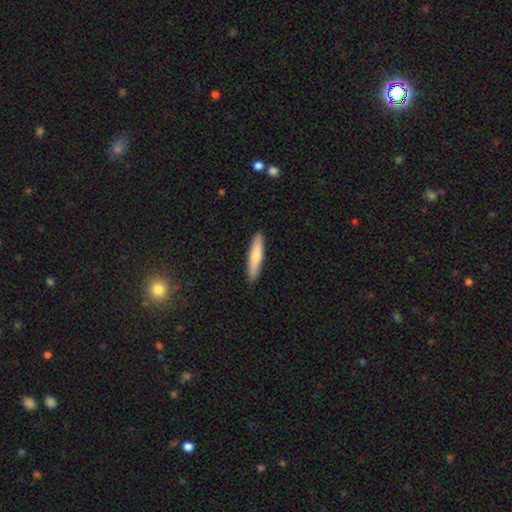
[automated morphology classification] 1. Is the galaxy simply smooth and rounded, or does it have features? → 72% smooth, 23% featured or disk, 5% star or artifact.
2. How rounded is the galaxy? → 85% cigar-shaped, 14% in between, 1% round.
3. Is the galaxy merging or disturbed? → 90% none, 8% minor disturbance, 2% major disturbance, 1% merger.